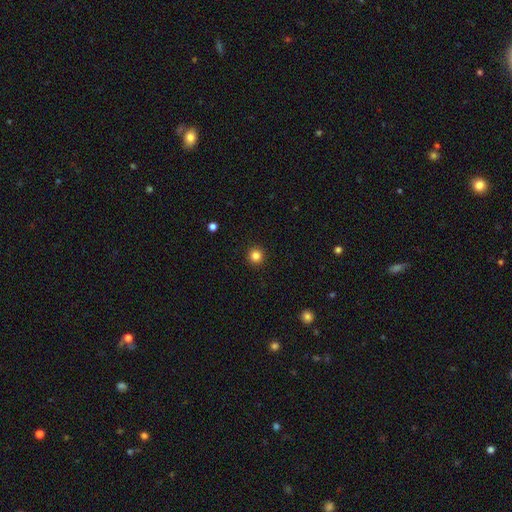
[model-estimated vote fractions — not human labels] Morphology: type=smooth (84%); roundness=round (95%); merging=none (93%).